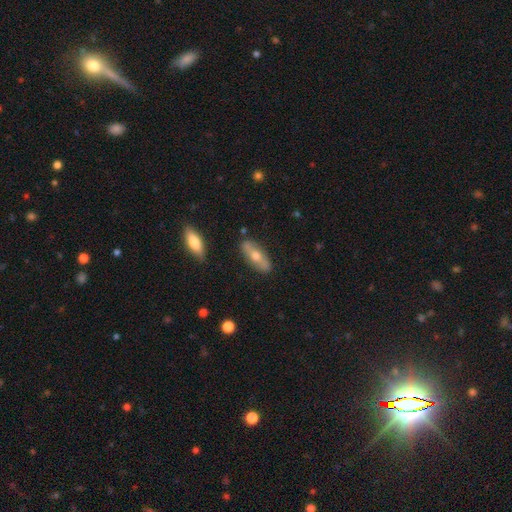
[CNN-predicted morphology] Smooth or featured: featured or disk — 49% (smooth — 44%)
Merging: none — 85% (minor disturbance — 11%)